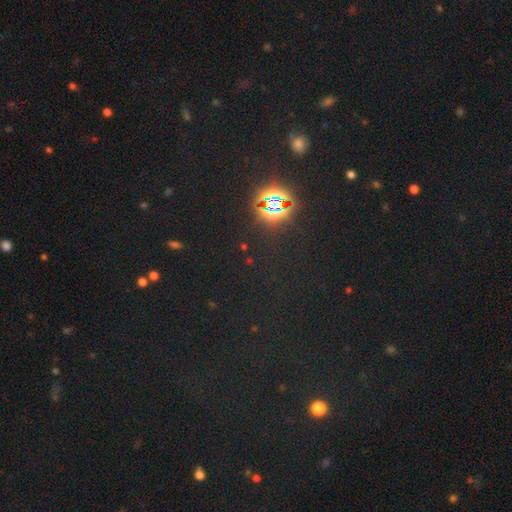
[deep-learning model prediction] Morphology: type=star or artifact (71%).